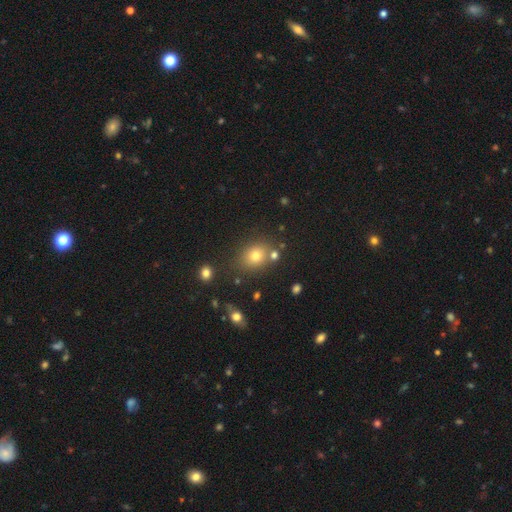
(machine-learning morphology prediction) Smooth or featured? smooth (74%)
How rounded? round (51%)
Merging? none (74%)